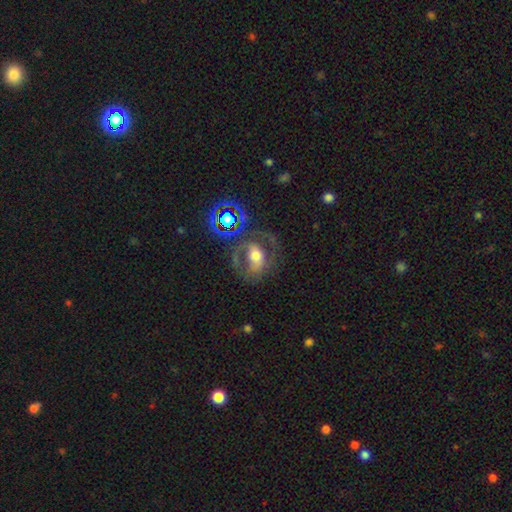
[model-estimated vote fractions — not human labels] smooth_or_featured: featured or disk (p=0.60) [alt: smooth p=0.28]
disk_edge_on: no (p=0.95) [alt: yes p=0.05]
bar: no (p=0.41) [alt: weak p=0.31]
has_spiral_arms: yes (p=0.62) [alt: no p=0.38]
bulge_size: moderate (p=0.62) [alt: large p=0.20]
merging: none (p=0.54) [alt: major disturbance p=0.23]